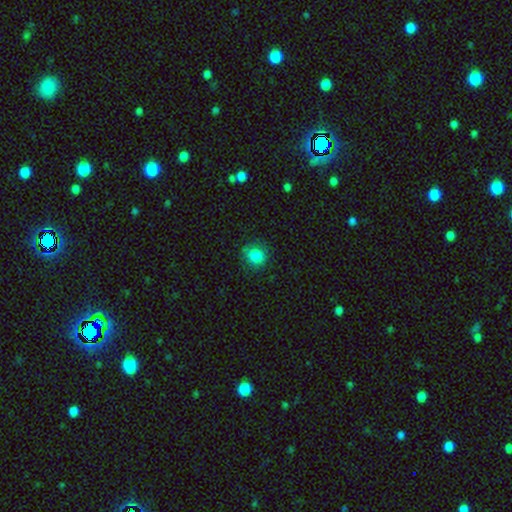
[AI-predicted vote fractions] smooth-or-featured: smooth: 84% | star or artifact: 10% | featured or disk: 5%
  how-rounded: round: 86% | in between: 13% | cigar-shaped: 1%
  merging: none: 79% | minor disturbance: 15% | major disturbance: 4% | merger: 1%